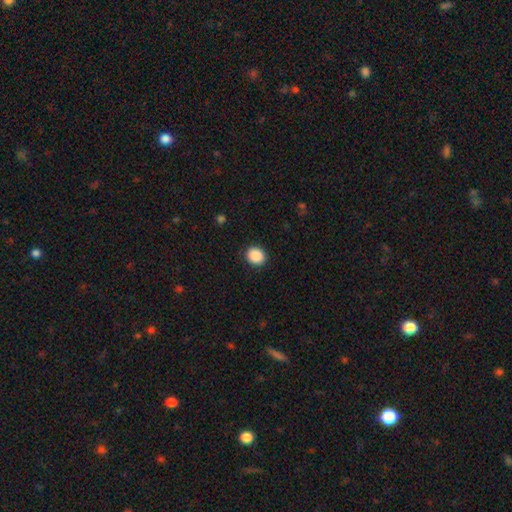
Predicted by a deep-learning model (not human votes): smooth 90%, star or artifact 8%, featured or disk 2%. Down the decision tree: how rounded — round (70%); merging — none (91%).